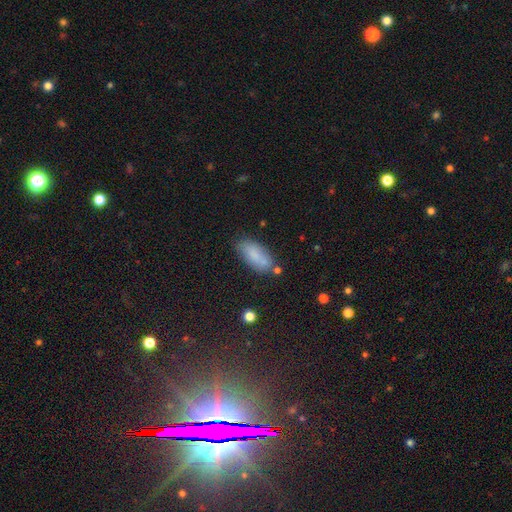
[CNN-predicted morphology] Q: Smooth or featured?
A: smooth (80%); runner-up: featured or disk (12%)
Q: How rounded?
A: in between (82%); runner-up: cigar-shaped (15%)
Q: Merging?
A: none (69%); runner-up: minor disturbance (19%)